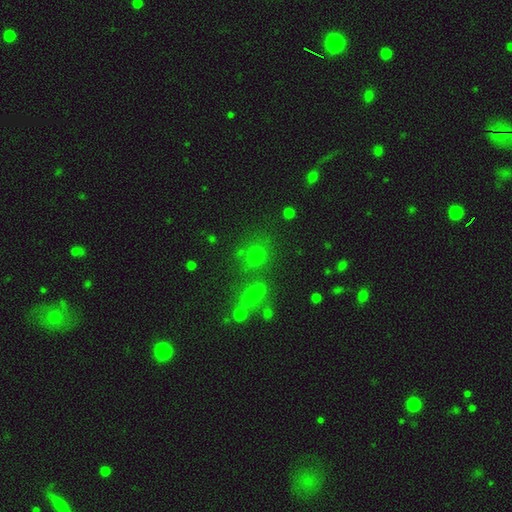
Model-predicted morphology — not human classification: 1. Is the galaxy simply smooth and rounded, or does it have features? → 69% smooth, 21% star or artifact, 10% featured or disk.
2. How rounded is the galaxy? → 79% round, 18% in between, 2% cigar-shaped.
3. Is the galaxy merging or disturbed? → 67% none, 16% merger, 11% minor disturbance, 6% major disturbance.